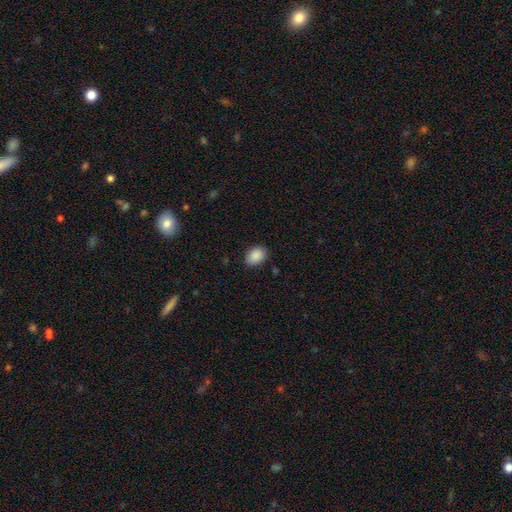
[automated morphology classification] Overall: smooth (89%). How rounded: in between (80%). Merging: none (85%).